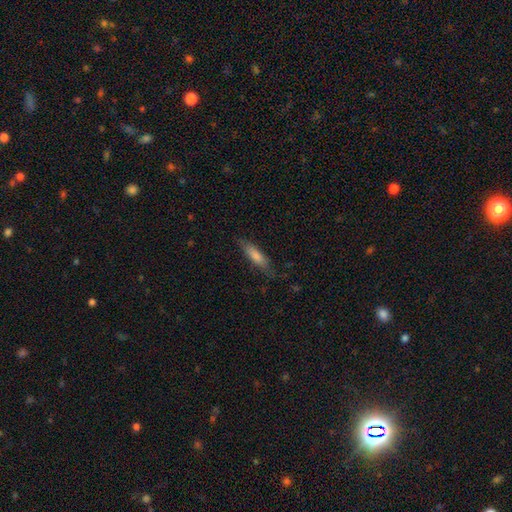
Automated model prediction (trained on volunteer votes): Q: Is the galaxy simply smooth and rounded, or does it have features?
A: smooth — 67%.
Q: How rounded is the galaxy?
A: cigar-shaped — 73%.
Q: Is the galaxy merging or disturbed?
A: none — 77%.